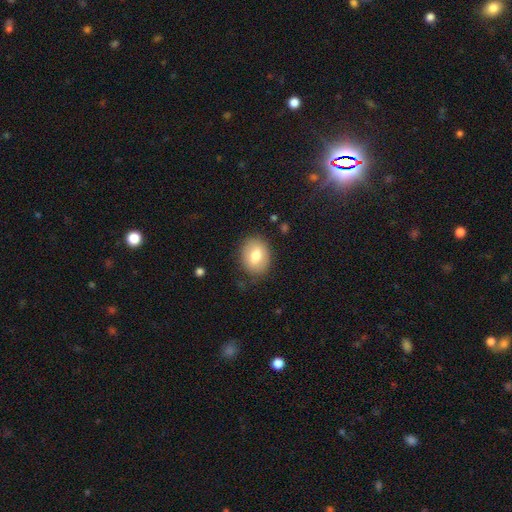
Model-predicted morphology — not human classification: Q: Smooth or featured?
A: smooth (72%); runner-up: featured or disk (20%)
Q: How rounded?
A: in between (59%); runner-up: round (40%)
Q: Merging?
A: none (80%); runner-up: minor disturbance (14%)